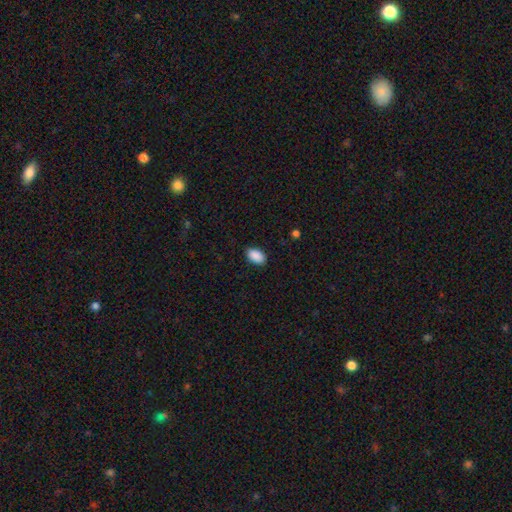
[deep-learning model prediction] Smooth or featured: smooth — 90% (star or artifact — 7%)
How rounded: in between — 92% (round — 7%)
Merging: none — 88% (minor disturbance — 9%)